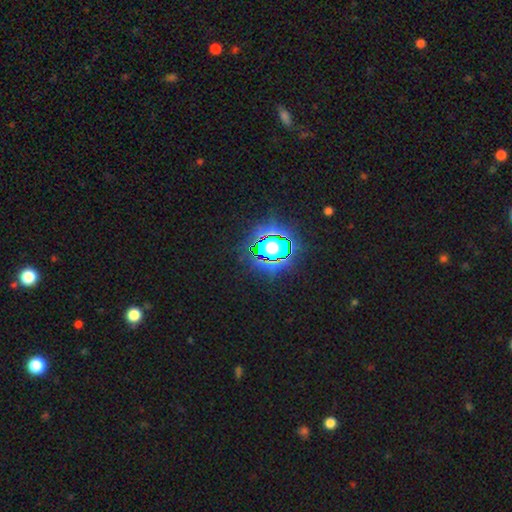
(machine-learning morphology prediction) This appears to be a star or artifact, not a galaxy (81%).